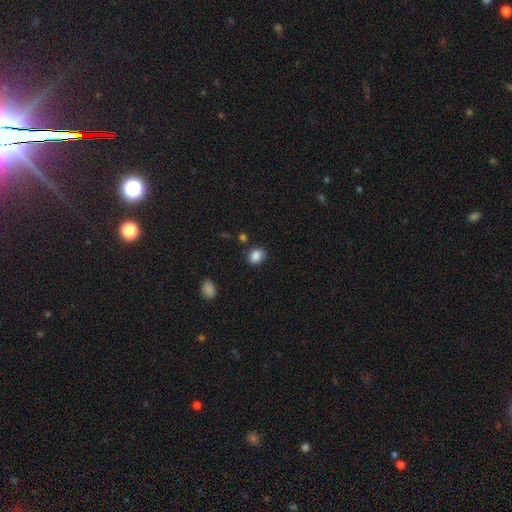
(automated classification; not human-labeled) Q: Smooth or featured?
A: smooth (87%); runner-up: star or artifact (9%)
Q: How rounded?
A: in between (54%); runner-up: round (45%)
Q: Merging?
A: none (79%); runner-up: minor disturbance (14%)